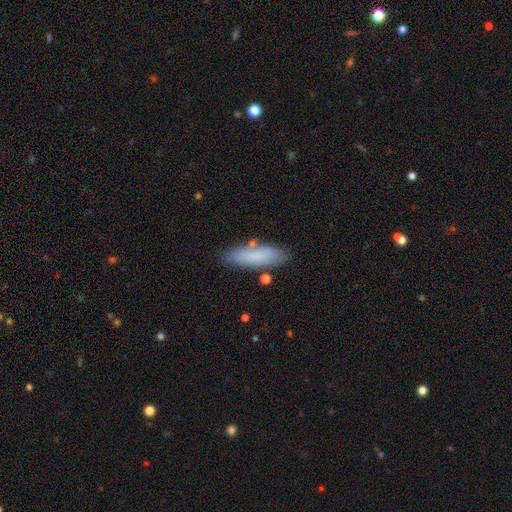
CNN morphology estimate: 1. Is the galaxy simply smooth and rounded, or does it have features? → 81% smooth, 12% featured or disk, 7% star or artifact.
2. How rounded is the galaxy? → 54% cigar-shaped, 45% in between, 2% round.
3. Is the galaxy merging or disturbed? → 79% none, 14% minor disturbance, 4% merger, 3% major disturbance.